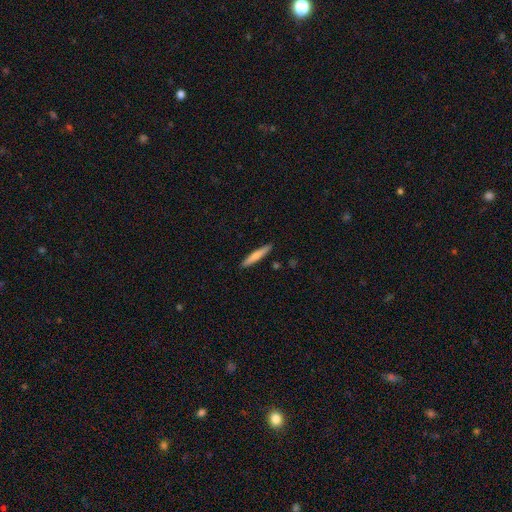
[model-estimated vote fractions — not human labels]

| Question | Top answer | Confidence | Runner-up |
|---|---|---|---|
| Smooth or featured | smooth | 67% | featured or disk (27%) |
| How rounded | cigar-shaped | 93% | in between (6%) |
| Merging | none | 90% | minor disturbance (7%) |